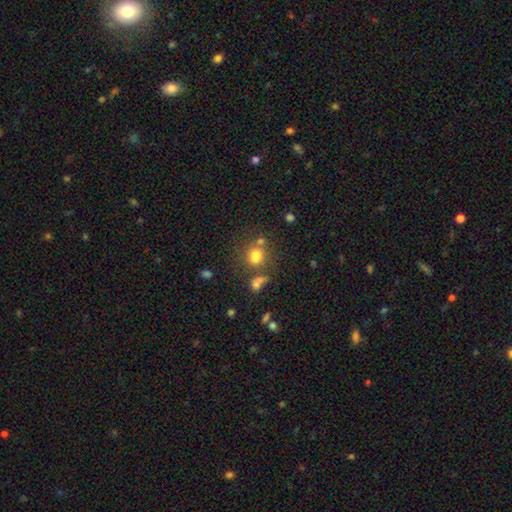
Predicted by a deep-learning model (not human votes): Morphology: type=smooth (72%); roundness=round (56%); merging=none (49%).